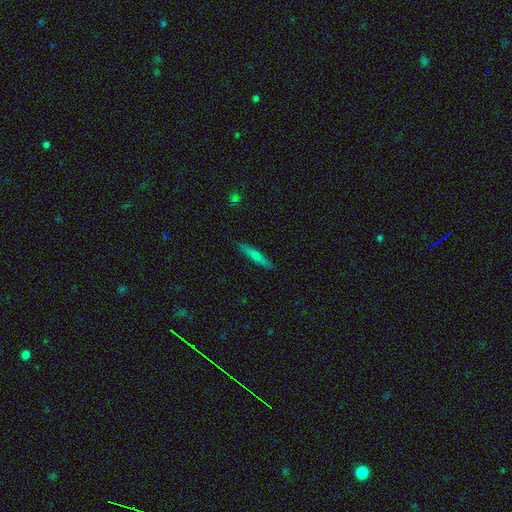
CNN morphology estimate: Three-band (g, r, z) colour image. It shows a smooth galaxy with no disk features (70%) that is cigar-shaped (89%). Merging: none (88%).